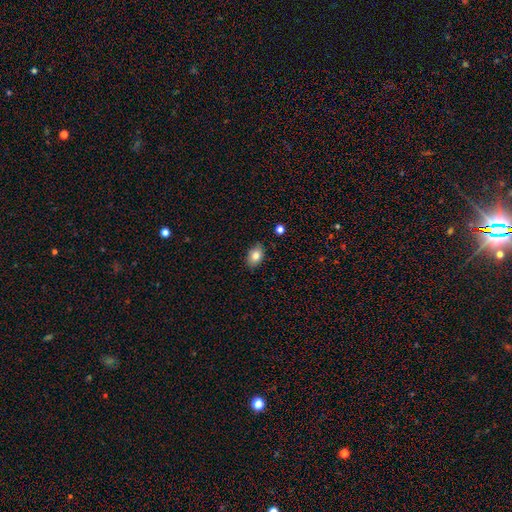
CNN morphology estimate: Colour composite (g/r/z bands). It shows a smooth galaxy with no disk features (82%) that is in between round and cigar-shaped (83%). Merging: none (82%).